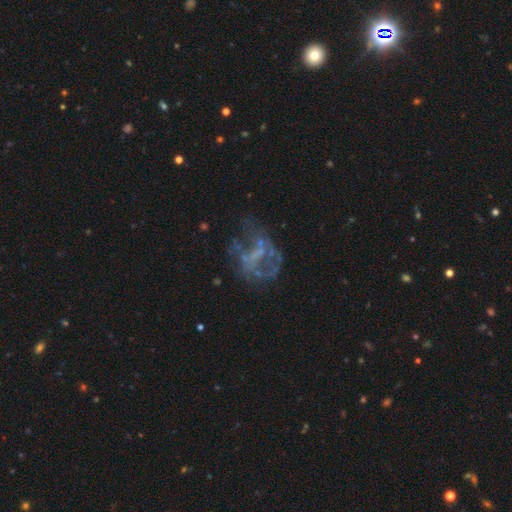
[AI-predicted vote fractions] A featured or disk galaxy (66%) with no bar (68%), no spiral arms (73%) and no central bulge (71%).

Vote fractions:
- Smooth or featured? featured or disk: 66% / star or artifact: 18% / smooth: 16%
- Edge-on disk? no: 98% / yes: 2%
- Bar? no: 68% / weak: 23% / strong: 9%
- Spiral arms? no: 73% / yes: 27%
- Bulge size? none: 71% / small: 19% / moderate: 8% / large: 2% / dominant: 1%
- Merging? none: 42% / major disturbance: 36% / minor disturbance: 17% / merger: 6%